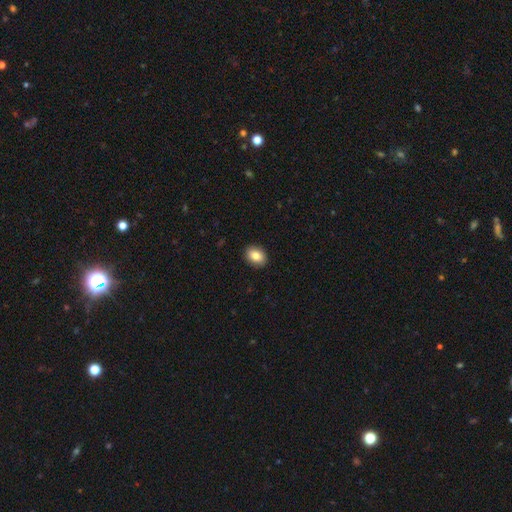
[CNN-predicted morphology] This is clearly a smooth galaxy (84%). How rounded: likely in between (70%). Merging: clearly none (90%).